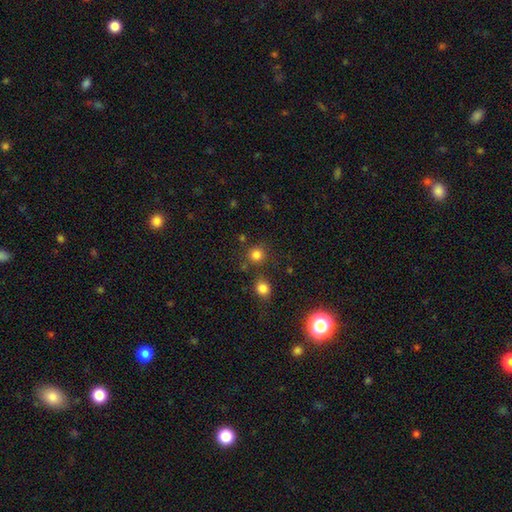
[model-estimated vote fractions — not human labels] A smooth galaxy with no disk features (80%) that is round (90%). Merging: none (76%).